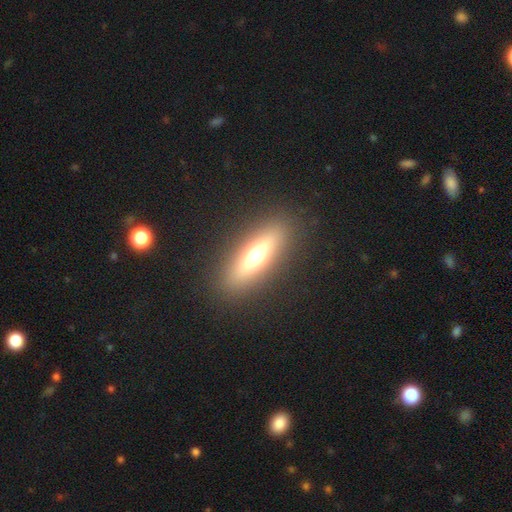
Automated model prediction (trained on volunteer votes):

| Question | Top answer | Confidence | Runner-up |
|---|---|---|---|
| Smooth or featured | smooth | 53% | featured or disk (38%) |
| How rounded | cigar-shaped | 57% | in between (40%) |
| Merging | none | 89% | minor disturbance (7%) |